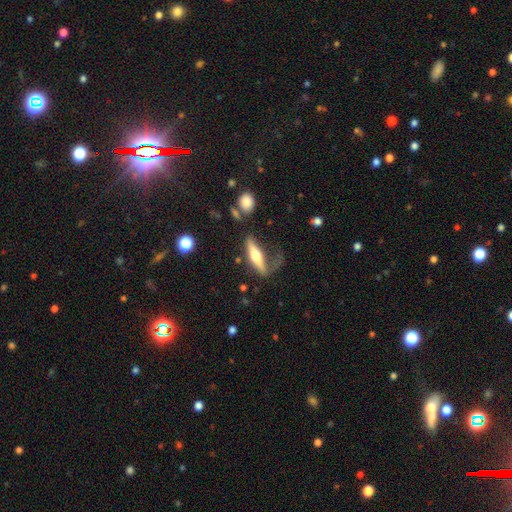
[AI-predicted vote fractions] A featured or disk galaxy (53%) viewed edge-on (83%). Merging: none (38%).